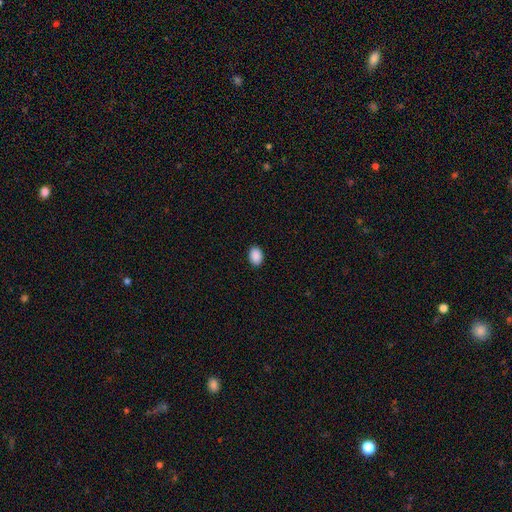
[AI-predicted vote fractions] This is clearly a smooth galaxy (90%). How rounded: likely in between (79%). Merging: clearly none (90%).